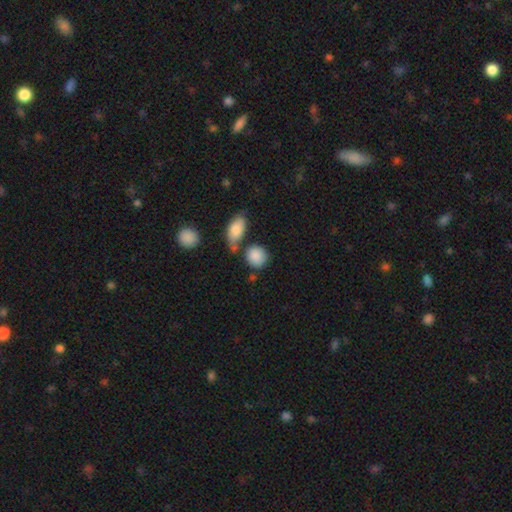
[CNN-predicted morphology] Smooth or featured? Predicted: smooth (p=0.88). How rounded? Predicted: round (p=0.72). Merging? Predicted: none (p=0.62).